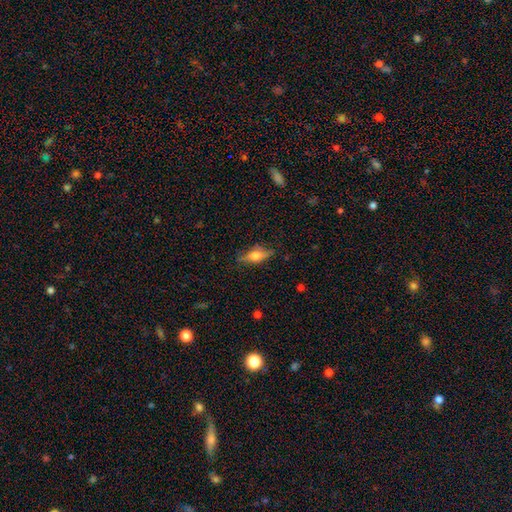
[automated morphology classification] Q: Smooth or featured?
A: smooth (49%); runner-up: featured or disk (43%)
Q: Merging?
A: none (75%); runner-up: minor disturbance (19%)